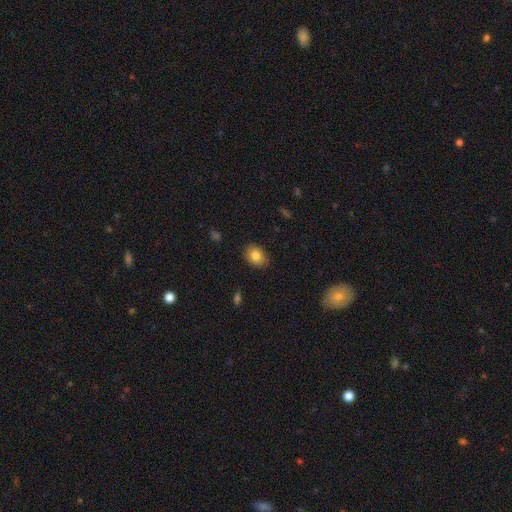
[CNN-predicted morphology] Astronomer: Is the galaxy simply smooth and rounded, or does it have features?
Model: smooth — 83%.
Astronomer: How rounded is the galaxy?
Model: in between — 56% (runner-up: round, 43%).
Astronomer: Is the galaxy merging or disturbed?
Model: none — 86%.